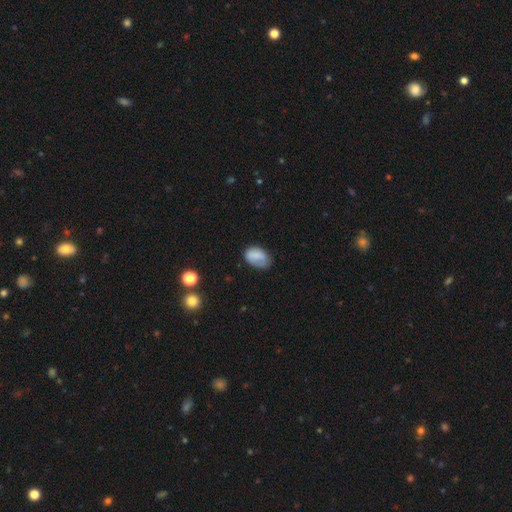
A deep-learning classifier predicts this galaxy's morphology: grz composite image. It shows a smooth galaxy with no disk features (81%) that is in between round and cigar-shaped (87%). Merging: none (58%).